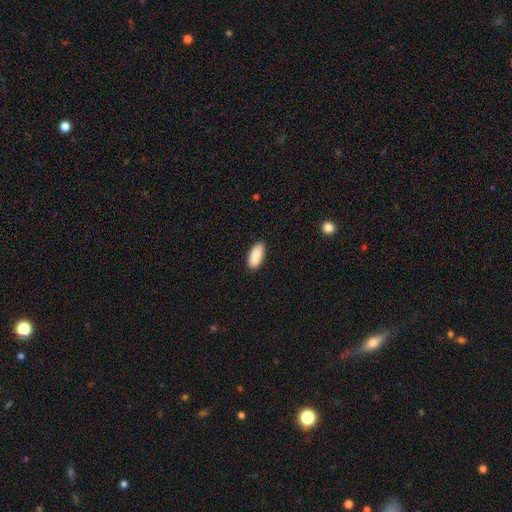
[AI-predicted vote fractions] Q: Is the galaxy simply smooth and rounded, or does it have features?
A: smooth — 91%.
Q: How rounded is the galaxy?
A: in between — 87%.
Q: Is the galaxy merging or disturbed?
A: none — 90%.